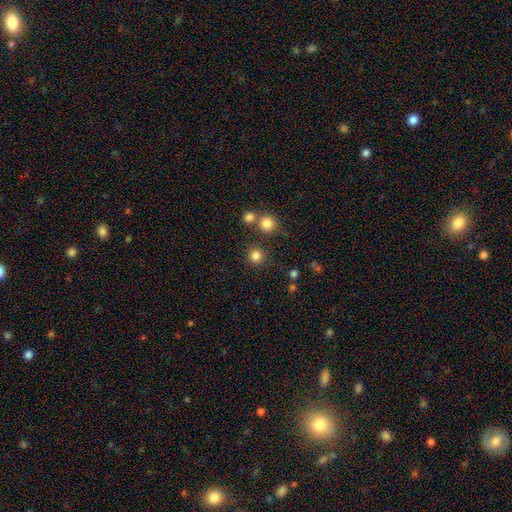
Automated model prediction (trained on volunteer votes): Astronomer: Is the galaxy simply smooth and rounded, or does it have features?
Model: smooth — 83%.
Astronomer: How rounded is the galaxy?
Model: round — 94%.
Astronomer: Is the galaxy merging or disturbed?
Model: none — 82%.